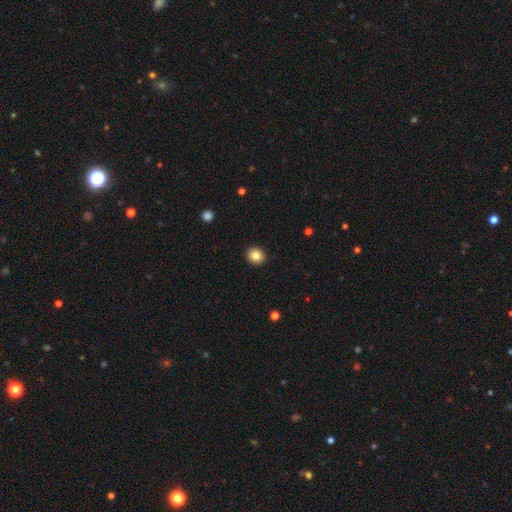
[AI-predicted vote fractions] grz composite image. It shows a smooth galaxy with no disk features (84%) that is round (80%). Merging: none (92%).